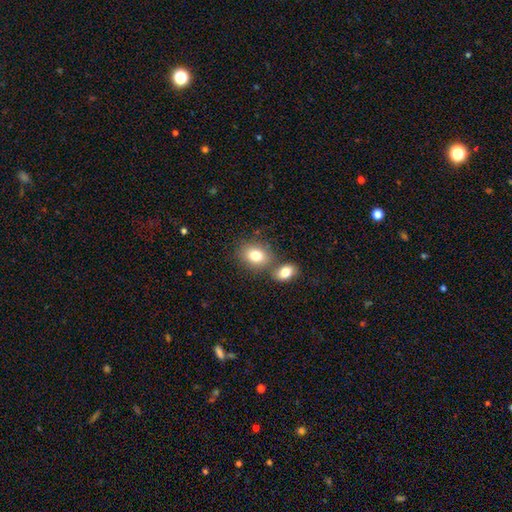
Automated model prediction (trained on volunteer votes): Smooth or featured? smooth (80%)
How rounded? in between (64%)
Merging? none (55%)